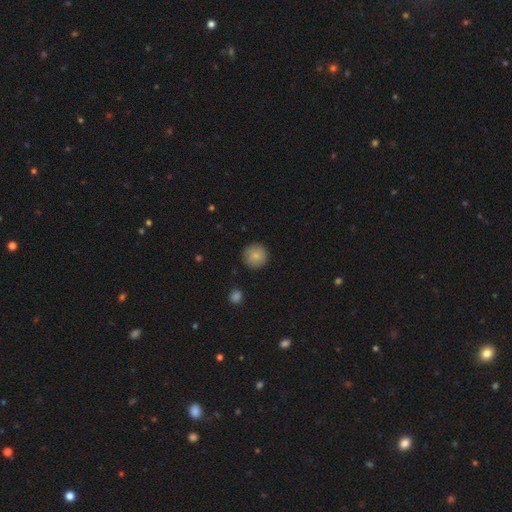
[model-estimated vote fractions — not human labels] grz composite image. It shows a smooth galaxy with no disk features (85%) that is round (94%). Merging: none (89%).